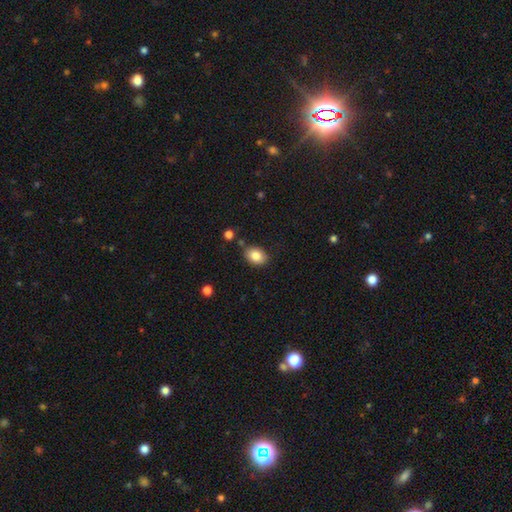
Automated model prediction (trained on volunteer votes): Smooth or featured? smooth (85%)
How rounded? in between (75%)
Merging? none (79%)